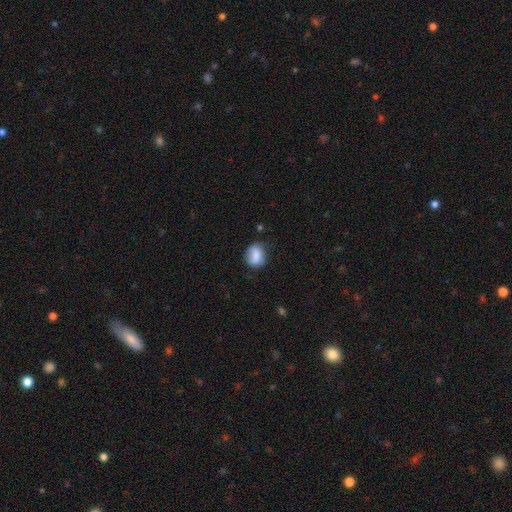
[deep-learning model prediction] Smooth or featured?
  - smooth: 82% *
  - featured or disk: 10%
  - star or artifact: 8%
How rounded?
  - in between: 57% *
  - round: 41%
  - cigar-shaped: 2%
Merging?
  - none: 64% *
  - minor disturbance: 26%
  - major disturbance: 7%
  - merger: 3%